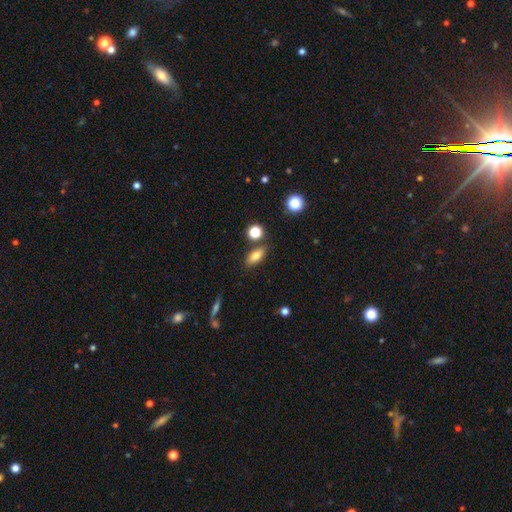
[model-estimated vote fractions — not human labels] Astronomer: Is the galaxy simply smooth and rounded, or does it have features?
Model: smooth — 76%.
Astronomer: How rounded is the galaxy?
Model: in between — 77%.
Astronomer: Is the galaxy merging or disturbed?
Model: none — 79%.